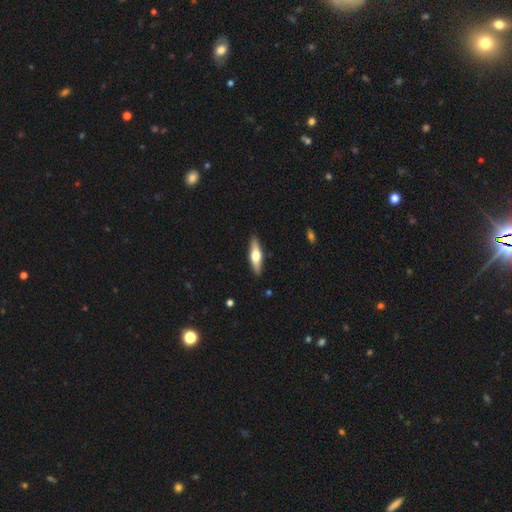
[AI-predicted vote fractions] Morphology: type=featured or disk (53%); edge-on=yes (93%); merging=none (90%).